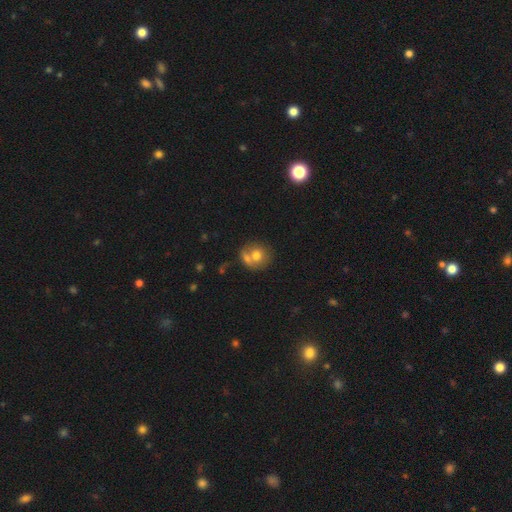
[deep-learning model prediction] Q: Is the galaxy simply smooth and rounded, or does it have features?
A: smooth — 70%.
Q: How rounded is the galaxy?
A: round — 82%.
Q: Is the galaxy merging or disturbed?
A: none — 45%.